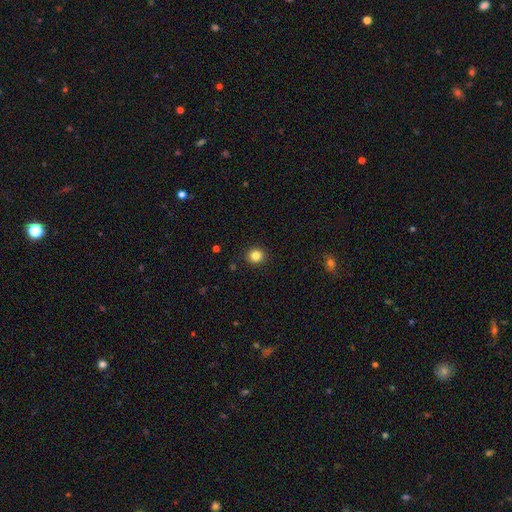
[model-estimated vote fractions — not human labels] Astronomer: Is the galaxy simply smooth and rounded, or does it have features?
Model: smooth — 84%.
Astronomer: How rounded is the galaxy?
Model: round — 89%.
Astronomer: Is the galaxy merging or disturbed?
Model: none — 92%.